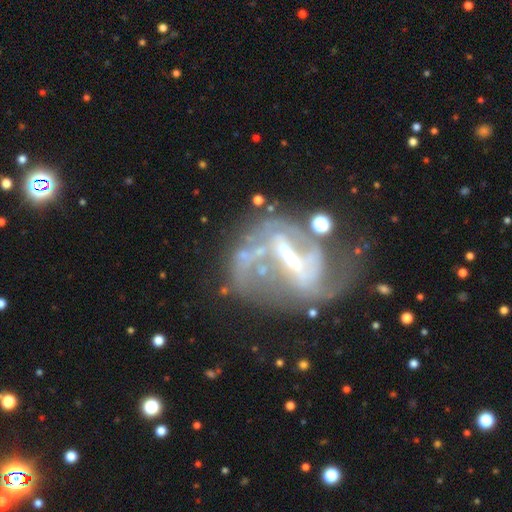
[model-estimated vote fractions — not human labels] Smooth or featured?
  - featured or disk: 82% *
  - star or artifact: 10%
  - smooth: 9%
Edge-on disk?
  - no: 95% *
  - yes: 5%
Bar?
  - strong: 57% *
  - weak: 29%
  - no: 14%
Spiral arms?
  - yes: 77% *
  - no: 23%
Spiral winding?
  - loose: 42% *
  - medium: 37%
  - tight: 21%
Spiral arm count?
  - 2: 55% *
  - can't tell: 20%
  - 1: 11%
  - 3: 8%
  - 4: 3%
  - more than 4: 3%
Bulge size?
  - small: 52% *
  - moderate: 31%
  - none: 12%
  - large: 4%
  - dominant: 2%
Merging?
  - none: 37% *
  - major disturbance: 34%
  - minor disturbance: 18%
  - merger: 11%